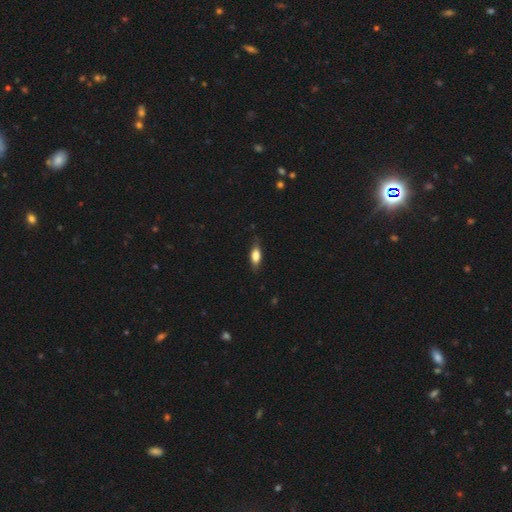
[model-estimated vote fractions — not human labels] Smooth or featured: smooth — 78% (featured or disk — 15%)
How rounded: in between — 75% (cigar-shaped — 21%)
Merging: none — 77% (minor disturbance — 18%)